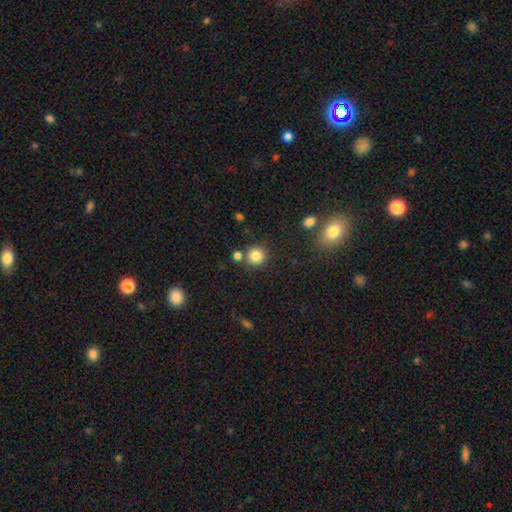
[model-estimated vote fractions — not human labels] This is clearly a smooth galaxy (84%). How rounded: clearly round (92%). Merging: likely none (79%).